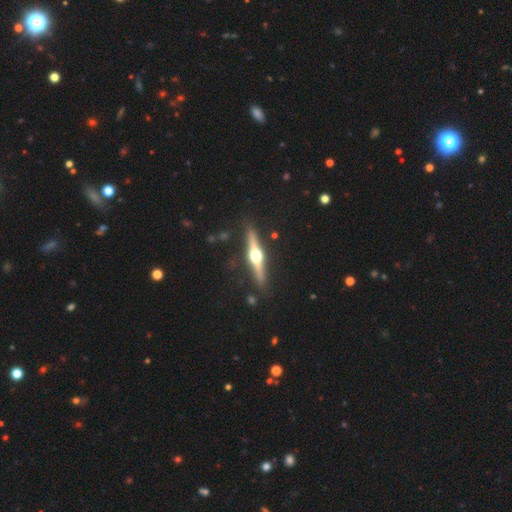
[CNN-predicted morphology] This appears to be a featured or disk galaxy (82%) viewed edge-on (98%) with a rounded central bulge (97%). Merging: none (89%).